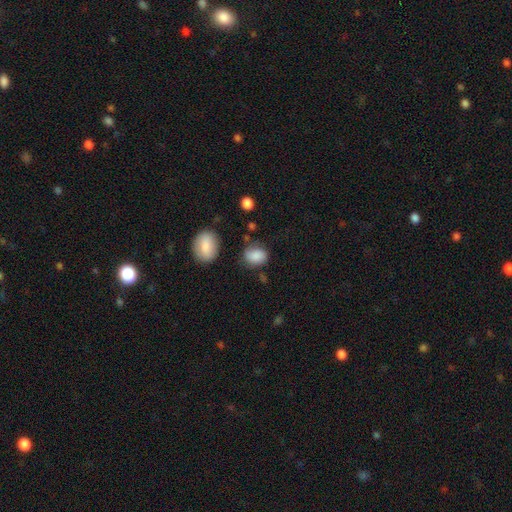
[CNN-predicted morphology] Smooth or featured: smooth — 84% (star or artifact — 8%)
How rounded: in between — 58% (round — 41%)
Merging: none — 62% (minor disturbance — 25%)